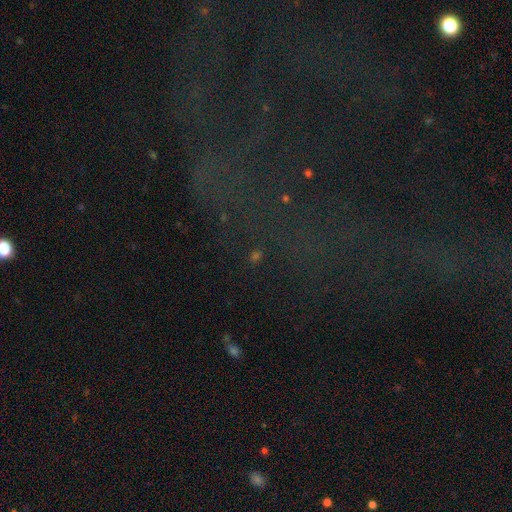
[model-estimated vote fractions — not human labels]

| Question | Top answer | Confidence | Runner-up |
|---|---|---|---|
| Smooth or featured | star or artifact | 62% | smooth (28%) |